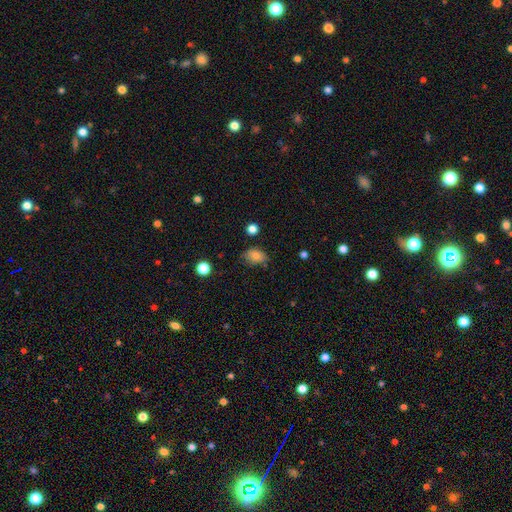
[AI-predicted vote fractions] A smooth galaxy with no disk features (78%) that is in between round and cigar-shaped (71%). Merging: none (67%).